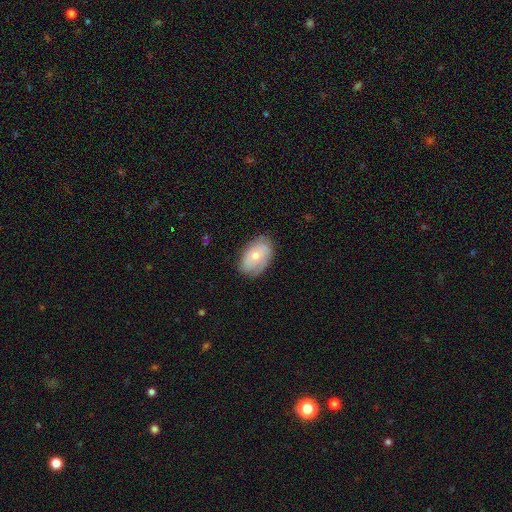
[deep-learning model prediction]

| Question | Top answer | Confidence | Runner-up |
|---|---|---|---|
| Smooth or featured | smooth | 58% | featured or disk (35%) |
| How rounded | in between | 88% | round (10%) |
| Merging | none | 77% | minor disturbance (18%) |